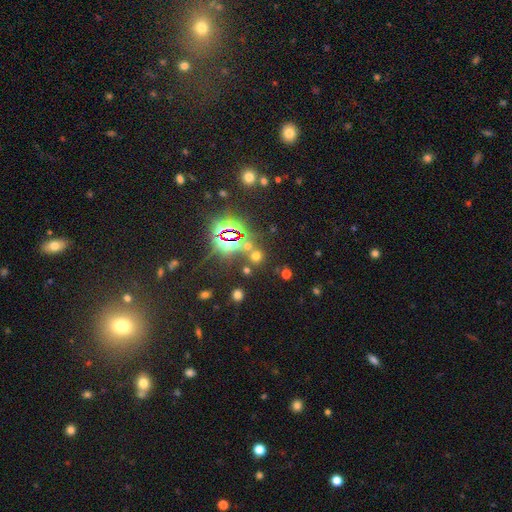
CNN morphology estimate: Smooth or featured: star or artifact — 48% (smooth — 44%)